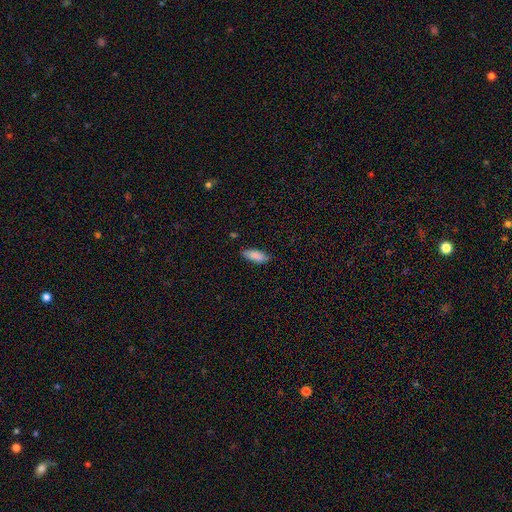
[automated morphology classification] smooth_or_featured: smooth (p=0.87) [alt: featured or disk p=0.07]
how_rounded: in between (p=0.70) [alt: cigar-shaped p=0.29]
merging: none (p=0.81) [alt: minor disturbance p=0.15]